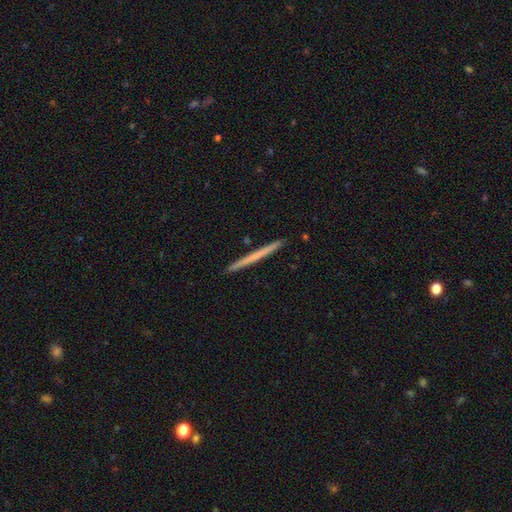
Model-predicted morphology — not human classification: type=smooth (51%); roundness=cigar-shaped (97%); merging=none (93%).